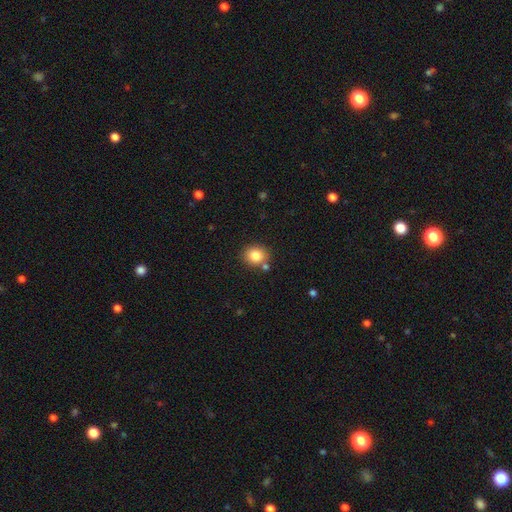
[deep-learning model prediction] Smooth or featured?
  - smooth: 83% *
  - star or artifact: 10%
  - featured or disk: 7%
How rounded?
  - round: 75% *
  - in between: 24%
  - cigar-shaped: 1%
Merging?
  - none: 75% *
  - merger: 11%
  - minor disturbance: 11%
  - major disturbance: 3%